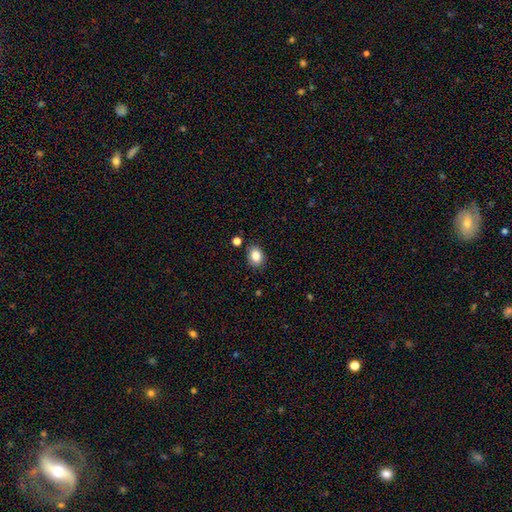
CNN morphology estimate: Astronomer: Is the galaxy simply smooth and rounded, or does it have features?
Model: smooth — 85%.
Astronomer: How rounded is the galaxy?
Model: in between — 59% (runner-up: round, 40%).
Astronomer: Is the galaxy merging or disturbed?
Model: none — 82%.